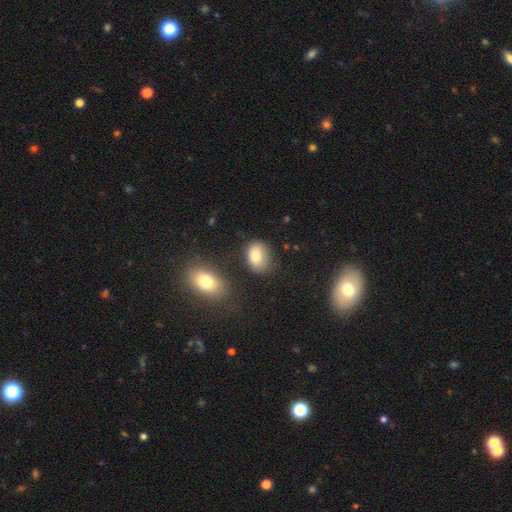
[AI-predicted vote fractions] Q: Smooth or featured?
A: smooth (82%); runner-up: featured or disk (10%)
Q: How rounded?
A: in between (75%); runner-up: round (24%)
Q: Merging?
A: none (66%); runner-up: minor disturbance (22%)